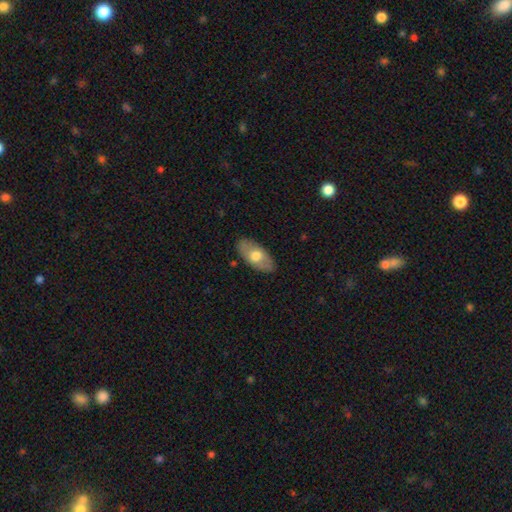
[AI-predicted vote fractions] This appears to be a smooth galaxy with no disk features (60%) that is in between round and cigar-shaped (92%). Merging: none (85%).